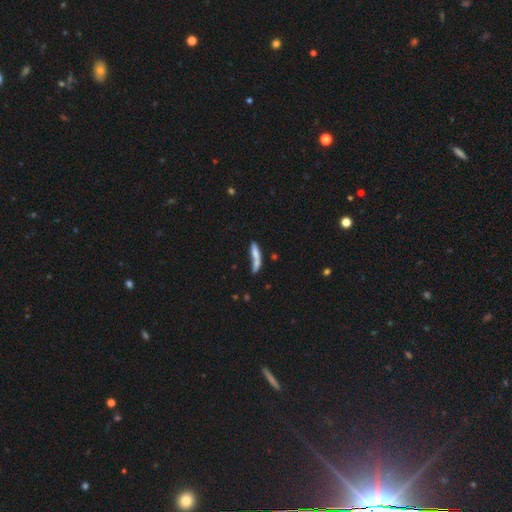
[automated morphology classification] Smooth or featured: smooth — 68% (featured or disk — 23%)
How rounded: cigar-shaped — 81% (in between — 17%)
Merging: none — 40% (merger — 27%)